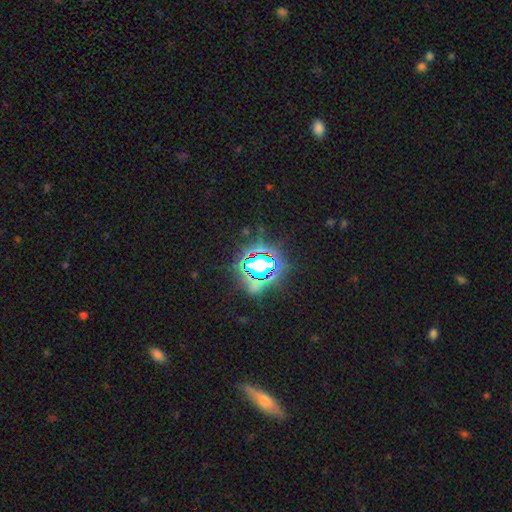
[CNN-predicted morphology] This is likely a star or artifact rather than a galaxy (78%).